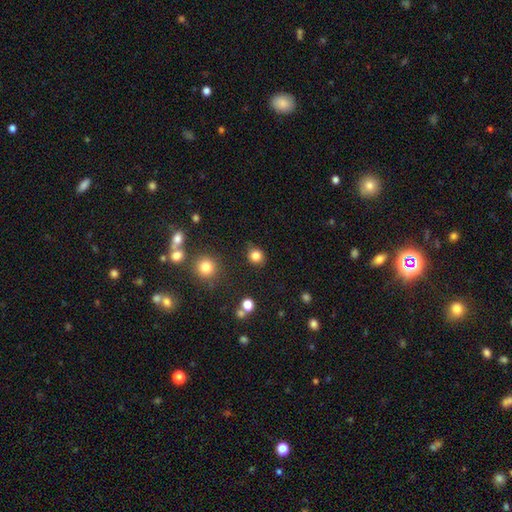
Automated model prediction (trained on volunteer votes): Morphology: type=smooth (83%); roundness=round (83%); merging=none (83%).